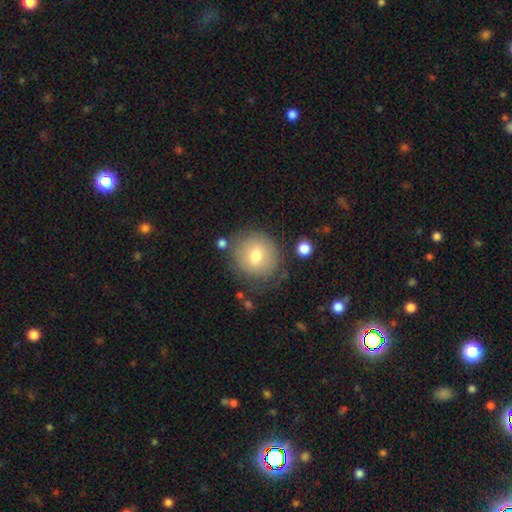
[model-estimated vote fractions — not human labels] Morphology: type=smooth (71%); roundness=round (87%); merging=none (77%).